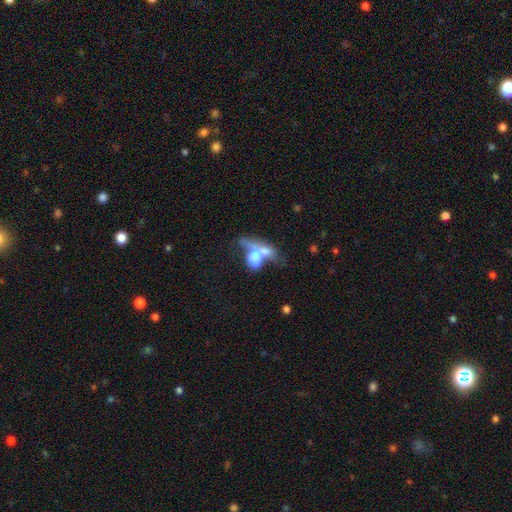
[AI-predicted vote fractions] smooth 60%, featured or disk 31%, star or artifact 9%. Down the decision tree: how rounded — in between (77%); merging — merger (69%).